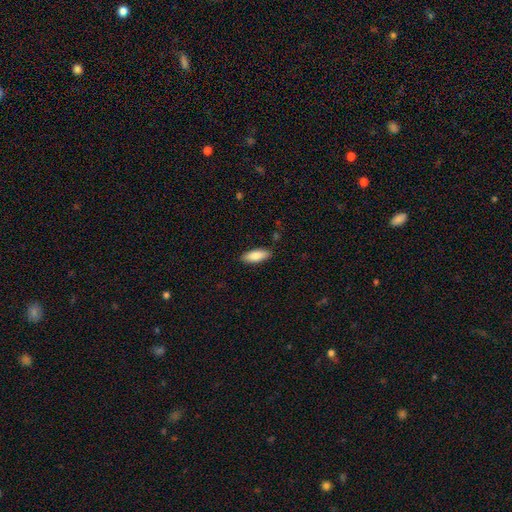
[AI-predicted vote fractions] smooth 86%, featured or disk 8%, star or artifact 6%. Down the decision tree: how rounded — in between (73%); merging — none (88%).